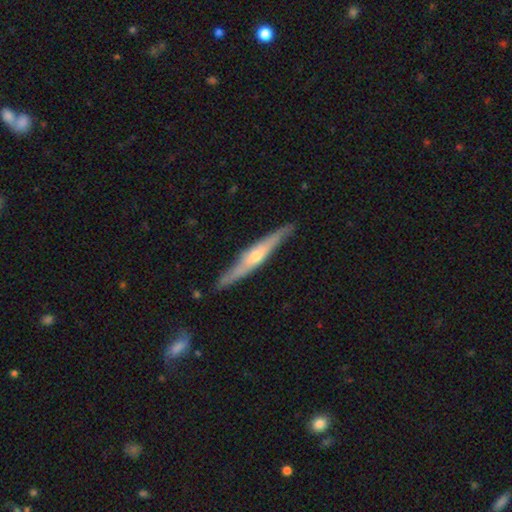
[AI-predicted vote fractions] Q: Smooth or featured?
A: featured or disk (73%); runner-up: smooth (21%)
Q: Edge-on disk?
A: yes (92%); runner-up: no (8%)
Q: Edge-on bulge?
A: rounded (80%); runner-up: none (14%)
Q: Merging?
A: none (85%); runner-up: minor disturbance (11%)